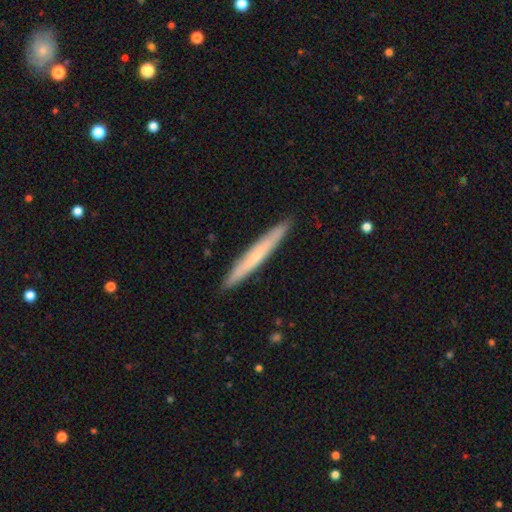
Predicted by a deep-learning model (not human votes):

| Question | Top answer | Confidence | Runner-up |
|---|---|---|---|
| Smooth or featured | smooth | 49% | featured or disk (45%) |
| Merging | none | 92% | minor disturbance (6%) |